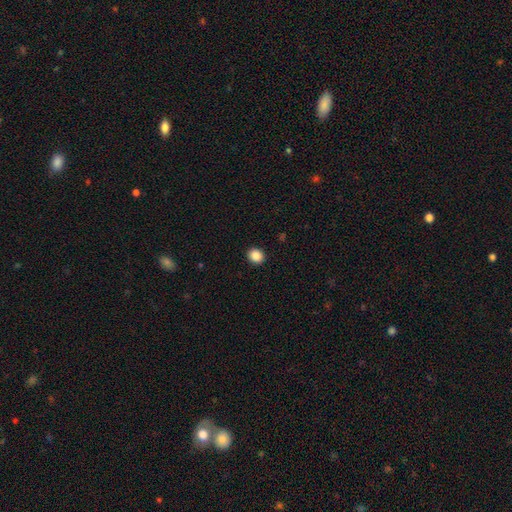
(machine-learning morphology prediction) A smooth galaxy with no disk features (88%) that is round (75%).

Vote fractions:
- Smooth or featured? smooth: 88% / star or artifact: 9% / featured or disk: 3%
- How rounded? round: 75% / in between: 25% / cigar-shaped: 1%
- Merging? none: 93% / minor disturbance: 5% / major disturbance: 2% / merger: 1%